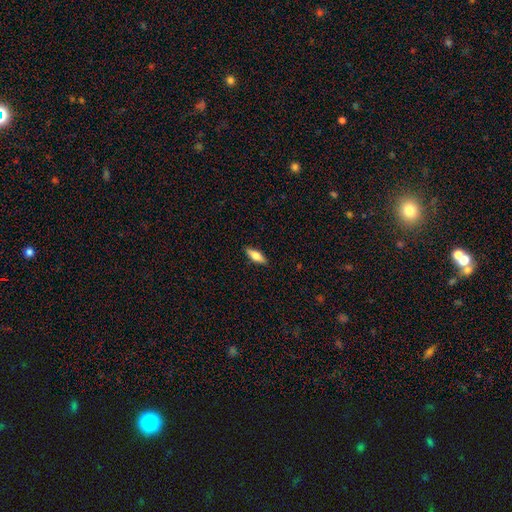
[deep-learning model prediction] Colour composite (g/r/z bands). It shows a smooth galaxy with no disk features (67%) that is in between round and cigar-shaped (55%). Merging: none (89%).